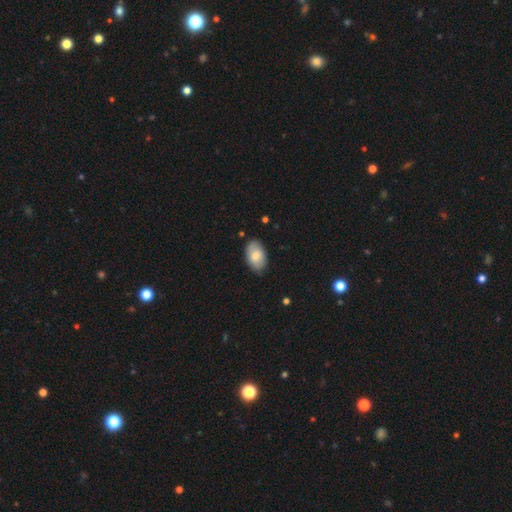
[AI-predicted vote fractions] smooth-or-featured: smooth: 77% | featured or disk: 17% | star or artifact: 6%
  how-rounded: in between: 93% | round: 5% | cigar-shaped: 1%
  merging: none: 80% | minor disturbance: 16% | major disturbance: 3% | merger: 1%